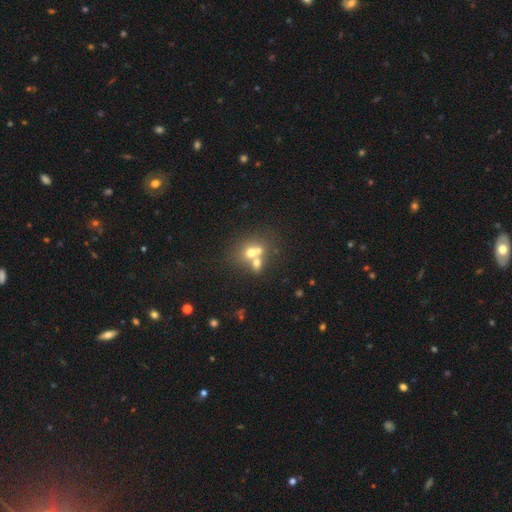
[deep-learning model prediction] Smooth or featured? Predicted: smooth (p=0.57). How rounded? Predicted: round (p=0.65). Merging? Predicted: merger (p=0.56).